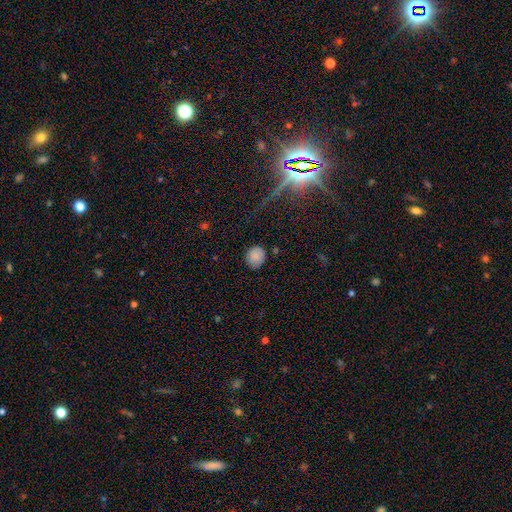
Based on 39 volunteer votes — Q: Smooth or featured?
A: smooth (87%); runner-up: star or artifact (8%)
Q: How rounded?
A: round (76%); runner-up: in between (24%)
Q: Merging?
A: none (83%); runner-up: minor disturbance (14%)